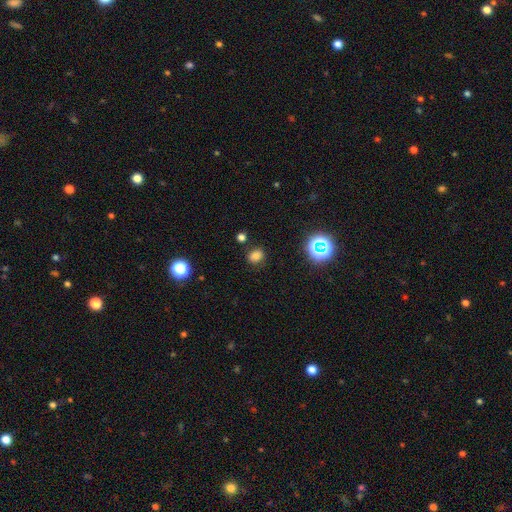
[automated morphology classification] Smooth or featured? smooth (74%)
How rounded? round (56%)
Merging? none (81%)